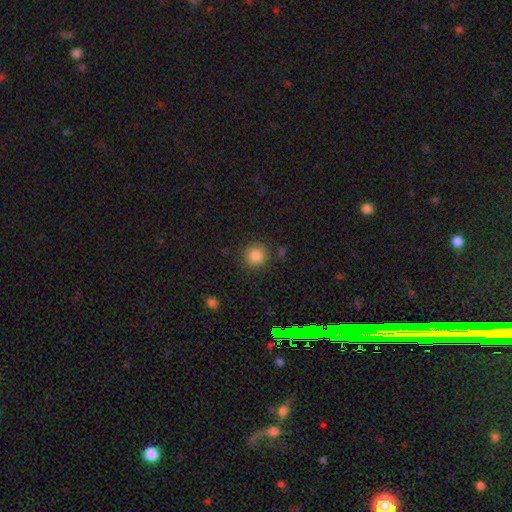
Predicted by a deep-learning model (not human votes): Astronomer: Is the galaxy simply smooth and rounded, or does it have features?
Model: smooth — 84%.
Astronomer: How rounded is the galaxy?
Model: round — 91%.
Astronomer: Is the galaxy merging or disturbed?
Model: none — 87%.